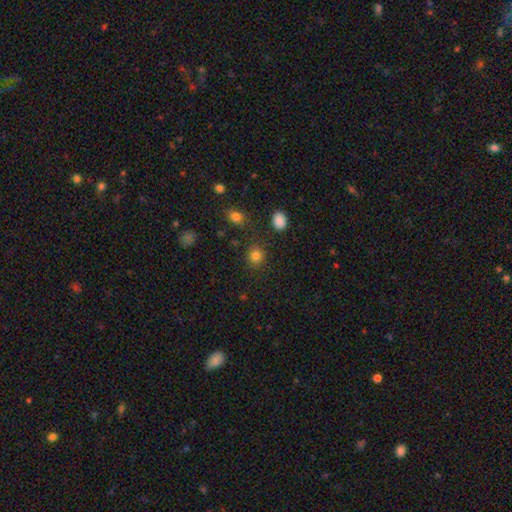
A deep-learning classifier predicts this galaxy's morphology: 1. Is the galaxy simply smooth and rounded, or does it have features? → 82% smooth, 13% star or artifact, 6% featured or disk.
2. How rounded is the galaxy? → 86% round, 13% in between, 1% cigar-shaped.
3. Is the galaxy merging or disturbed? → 85% none, 9% minor disturbance, 3% merger, 3% major disturbance.